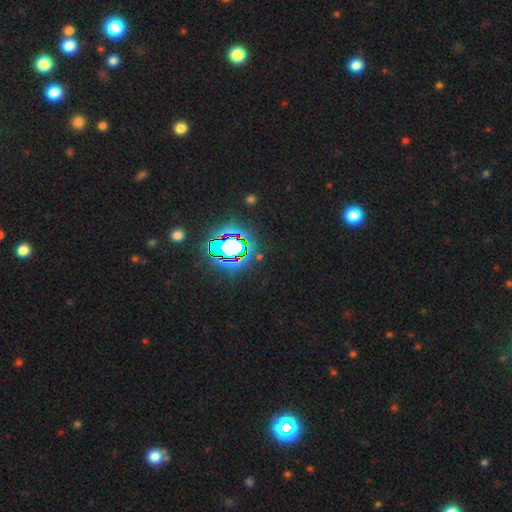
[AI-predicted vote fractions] smooth_or_featured: star or artifact (p=0.76) [alt: smooth p=0.14]